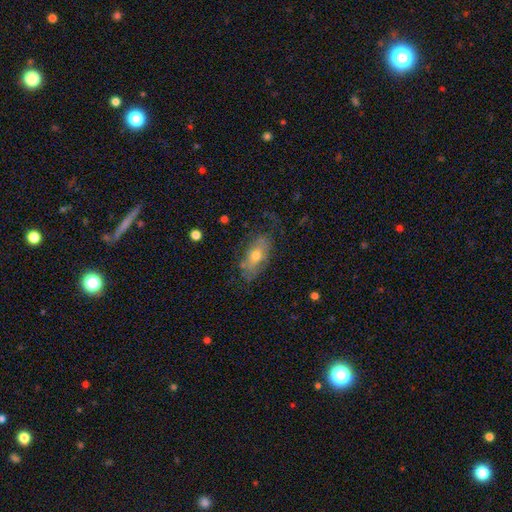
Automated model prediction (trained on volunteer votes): Q: Smooth or featured?
A: smooth (48%); runner-up: featured or disk (44%)
Q: Merging?
A: none (59%); runner-up: minor disturbance (25%)